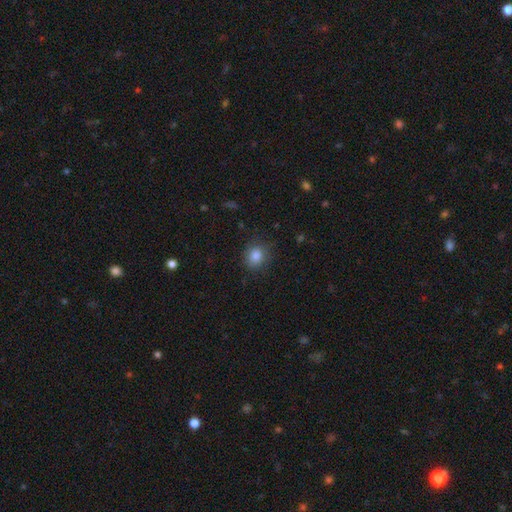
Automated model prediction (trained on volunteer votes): smooth 85%, star or artifact 10%, featured or disk 5%. Down the decision tree: how rounded — round (74%); merging — none (82%).